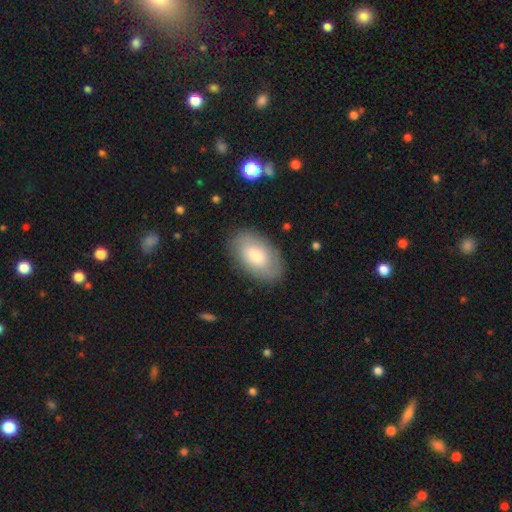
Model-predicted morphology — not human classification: smooth 70%, featured or disk 23%, star or artifact 7%. Down the decision tree: how rounded — in between (93%); merging — none (84%).